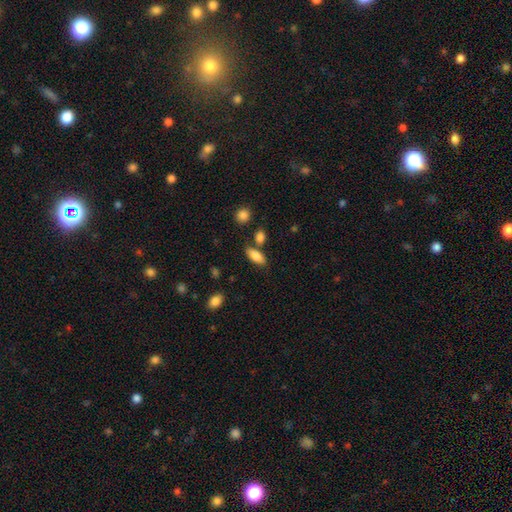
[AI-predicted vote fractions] Q: Smooth or featured?
A: smooth (82%); runner-up: featured or disk (10%)
Q: How rounded?
A: in between (84%); runner-up: cigar-shaped (13%)
Q: Merging?
A: none (72%); runner-up: minor disturbance (13%)